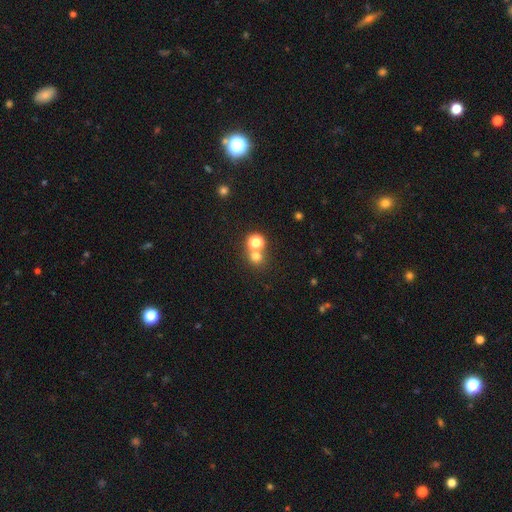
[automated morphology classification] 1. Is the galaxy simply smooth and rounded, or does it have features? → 69% smooth, 23% star or artifact, 8% featured or disk.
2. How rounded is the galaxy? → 86% round, 13% in between, 1% cigar-shaped.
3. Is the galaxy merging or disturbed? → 59% none, 31% merger, 6% minor disturbance, 3% major disturbance.